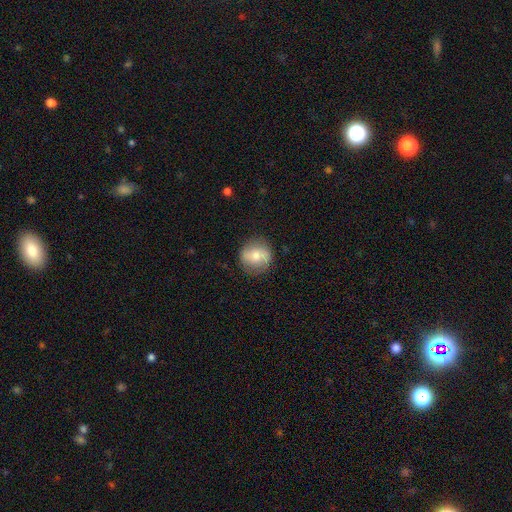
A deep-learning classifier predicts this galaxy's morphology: This is possibly a smooth galaxy (58%). How rounded: clearly round (88%). Merging: likely none (79%).